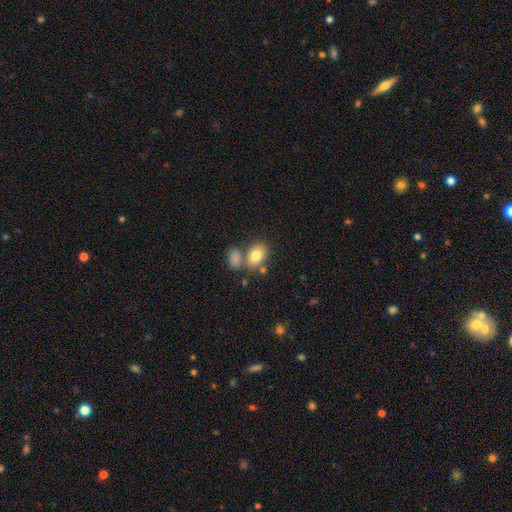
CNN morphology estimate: Smooth or featured: smooth — 80% (featured or disk — 12%)
How rounded: in between — 81% (round — 18%)
Merging: none — 53% (merger — 31%)